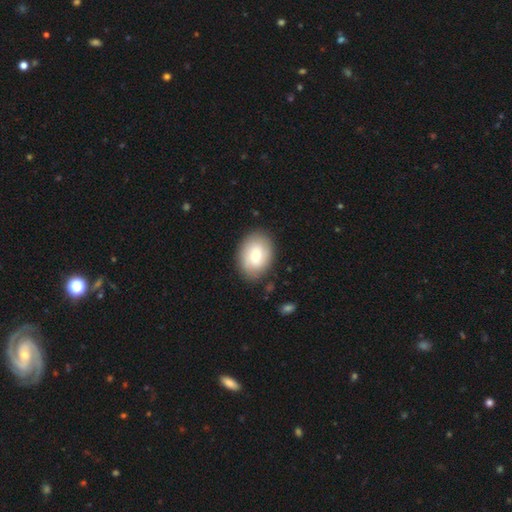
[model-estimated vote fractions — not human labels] smooth-or-featured: smooth: 67% | featured or disk: 26% | star or artifact: 7%
  how-rounded: in between: 73% | round: 26% | cigar-shaped: 1%
  merging: none: 84% | minor disturbance: 11% | major disturbance: 3% | merger: 2%